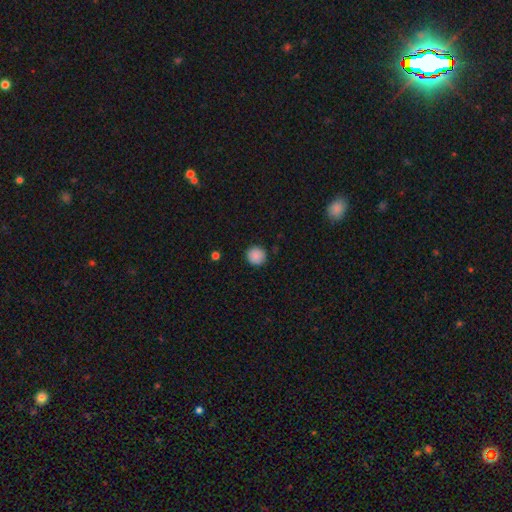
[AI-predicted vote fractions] smooth-or-featured: smooth: 88% | star or artifact: 8% | featured or disk: 4%
  how-rounded: round: 94% | in between: 5% | cigar-shaped: 1%
  merging: none: 89% | minor disturbance: 8% | major disturbance: 2% | merger: 1%